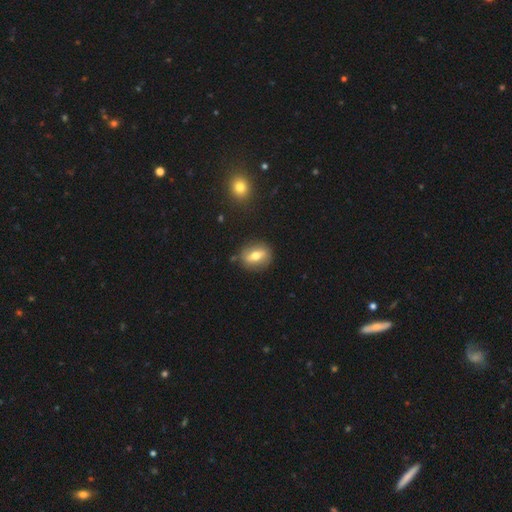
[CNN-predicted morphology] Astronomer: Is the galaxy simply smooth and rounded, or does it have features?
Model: smooth — 49% (runner-up: featured or disk, 43%).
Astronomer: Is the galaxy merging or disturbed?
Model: none — 85%.